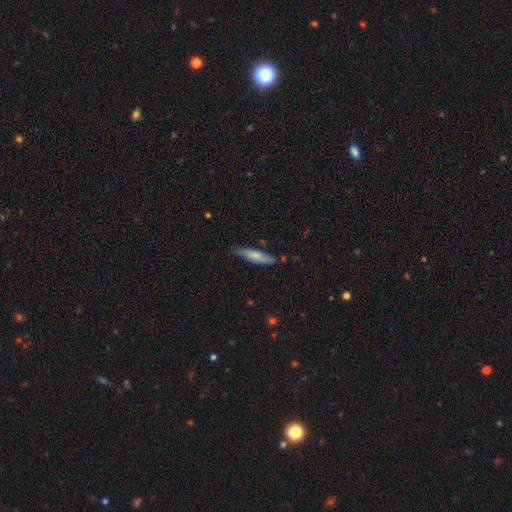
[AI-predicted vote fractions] smooth 74%, featured or disk 20%, star or artifact 6%. Down the decision tree: how rounded — cigar-shaped (77%); merging — none (76%).